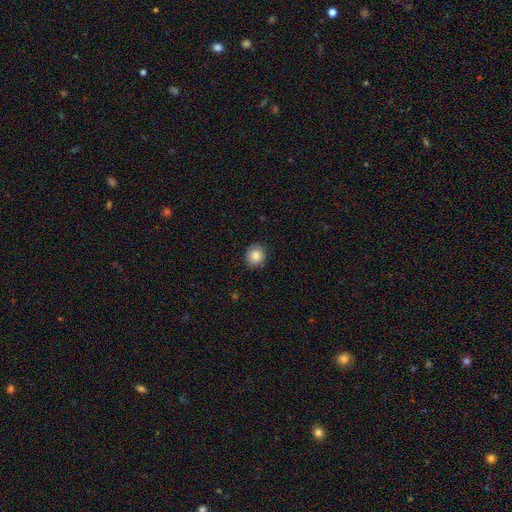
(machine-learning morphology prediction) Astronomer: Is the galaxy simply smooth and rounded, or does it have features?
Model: smooth — 84%.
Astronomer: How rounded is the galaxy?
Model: round — 87%.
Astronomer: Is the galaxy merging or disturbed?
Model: none — 88%.